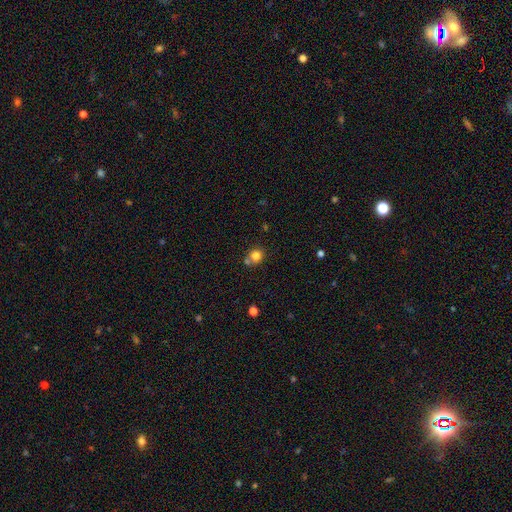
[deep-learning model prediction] A smooth galaxy with no disk features (81%) that is round (84%). Merging: none (60%).